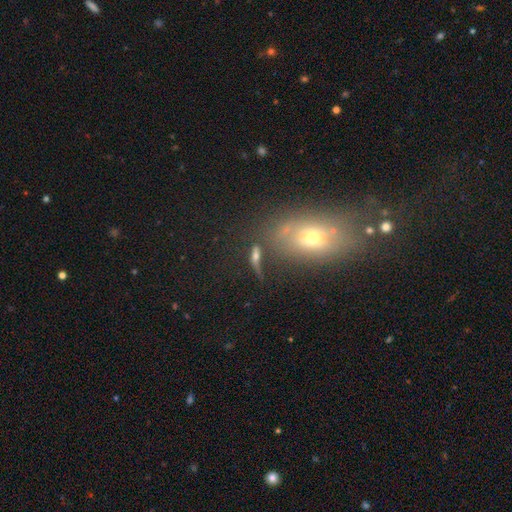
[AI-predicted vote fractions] smooth 47%, featured or disk 35%, star or artifact 17%. Down the decision tree: merging — none (49%).